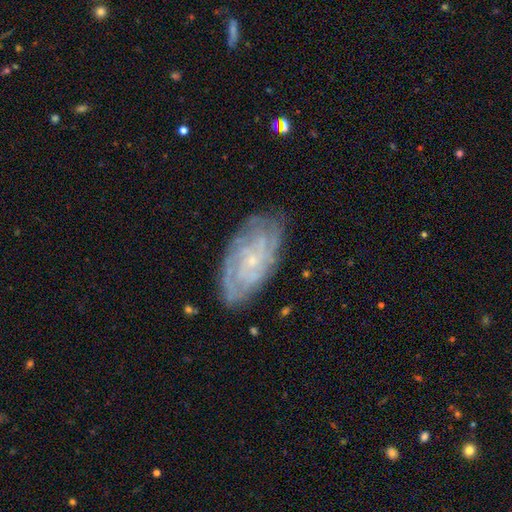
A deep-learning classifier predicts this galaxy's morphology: This appears to be a featured or disk galaxy (73%) with no bar (72%), tight (72%) spiral arms (92%) and a small central bulge (81%). Merging: none (82%).